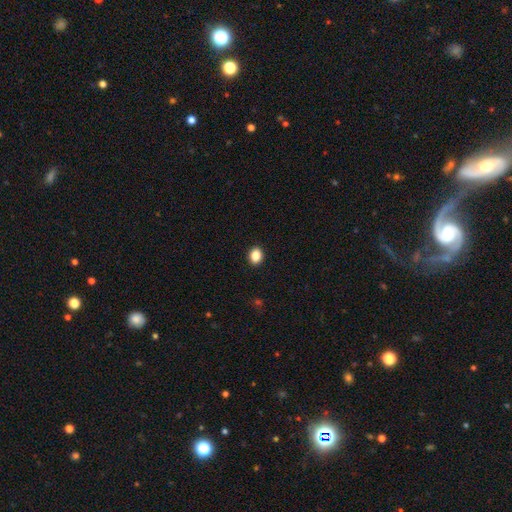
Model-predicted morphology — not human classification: Smooth or featured? smooth (86%)
How rounded? in between (58%)
Merging? none (92%)